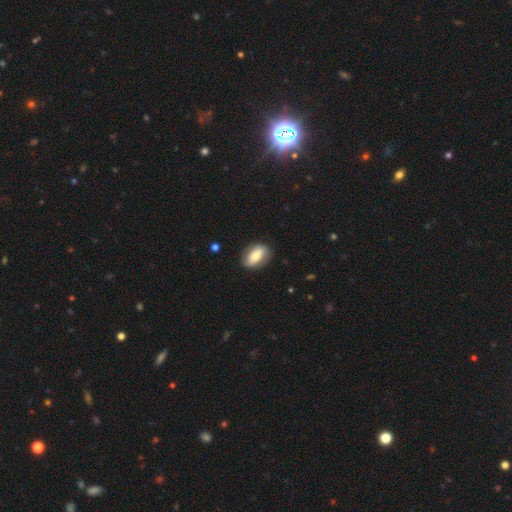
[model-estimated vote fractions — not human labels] Q: Smooth or featured?
A: smooth (61%); runner-up: featured or disk (33%)
Q: How rounded?
A: in between (88%); runner-up: round (9%)
Q: Merging?
A: none (82%); runner-up: minor disturbance (13%)